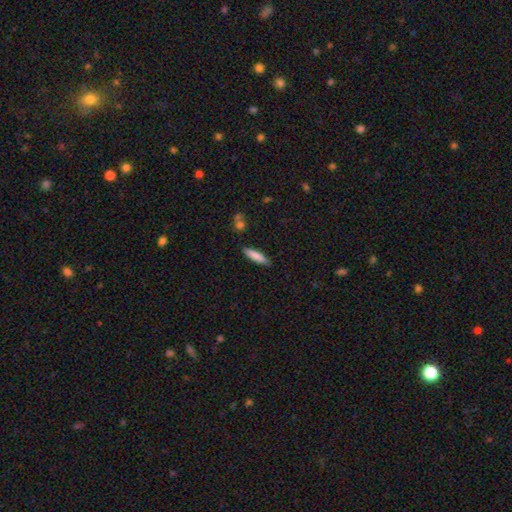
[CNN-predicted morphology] Overall: smooth (82%). How rounded: cigar-shaped (75%). Merging: none (85%).